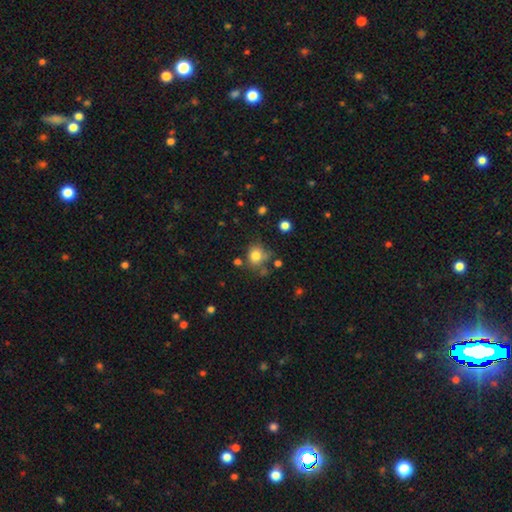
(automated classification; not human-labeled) Overall: smooth (79%). How rounded: round (78%). Merging: none (63%).